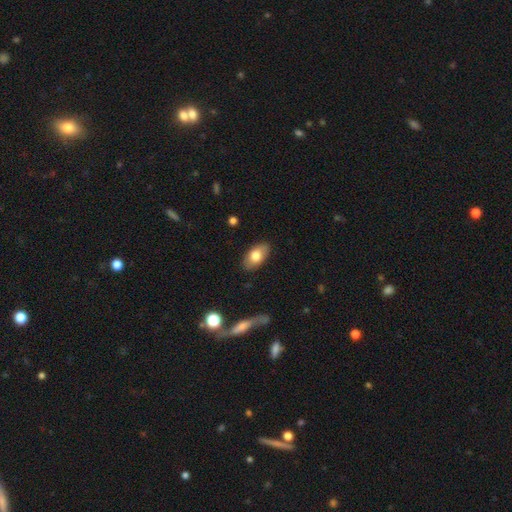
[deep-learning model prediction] A smooth galaxy with no disk features (76%) that is in between round and cigar-shaped (93%). Merging: none (86%).